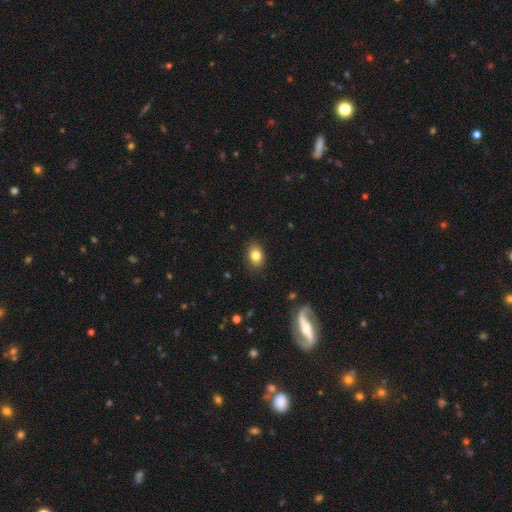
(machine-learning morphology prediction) The model was most divided on "how rounded": in between: 68%, round: 31%, cigar-shaped: 1%. More confident: merging — none (86%); smooth or featured — smooth (83%).